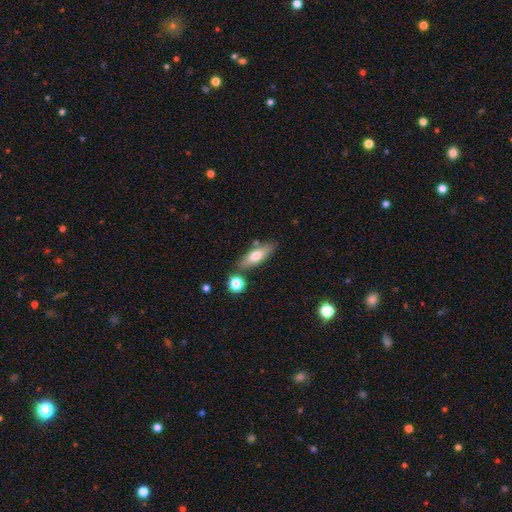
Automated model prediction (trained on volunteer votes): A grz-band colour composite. It shows a smooth galaxy with no disk features (68%) that is in between round and cigar-shaped (61%). Merging: none (74%).